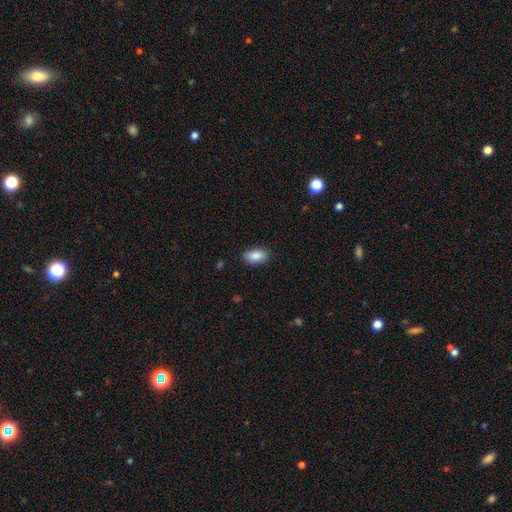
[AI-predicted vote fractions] This is clearly a smooth galaxy (88%). How rounded: clearly in between (92%). Merging: clearly none (87%).